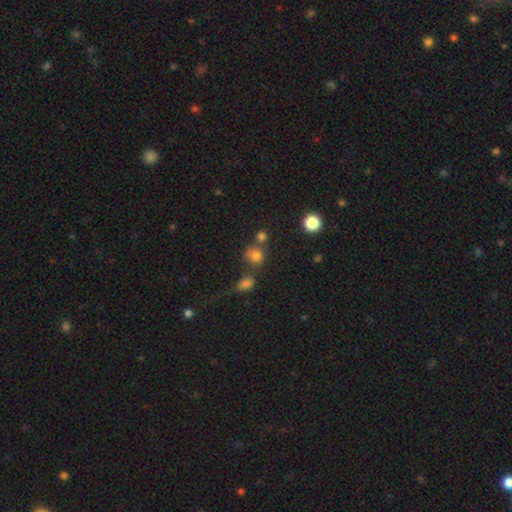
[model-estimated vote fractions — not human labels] Smooth or featured: smooth — 76% (star or artifact — 16%)
How rounded: round — 83% (in between — 16%)
Merging: none — 57% (merger — 25%)